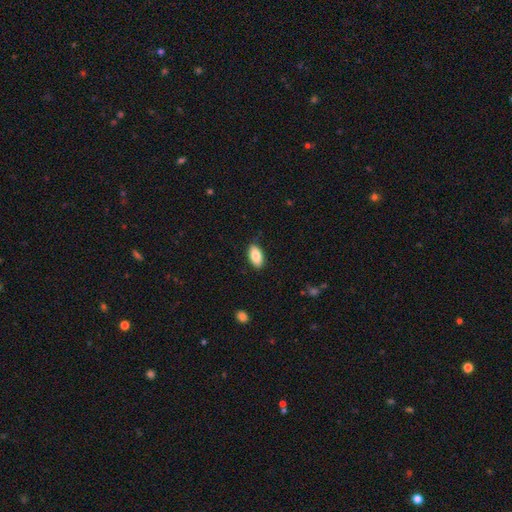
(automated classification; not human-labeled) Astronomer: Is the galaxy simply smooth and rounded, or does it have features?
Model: smooth — 86%.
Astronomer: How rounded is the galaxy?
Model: in between — 93%.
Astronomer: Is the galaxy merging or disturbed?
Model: none — 86%.